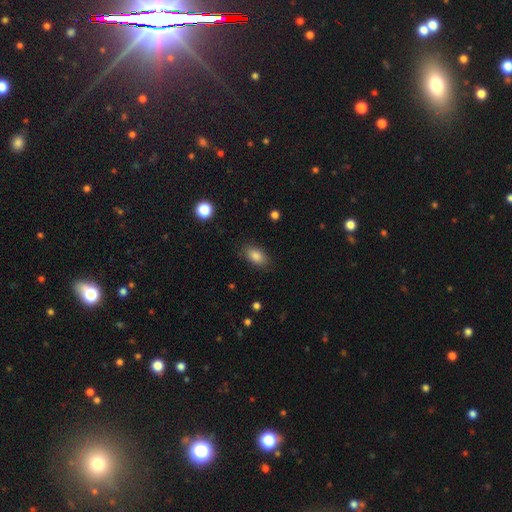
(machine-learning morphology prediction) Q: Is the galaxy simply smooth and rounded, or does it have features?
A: smooth — 85%.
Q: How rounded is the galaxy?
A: in between — 90%.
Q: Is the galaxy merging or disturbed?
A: none — 83%.